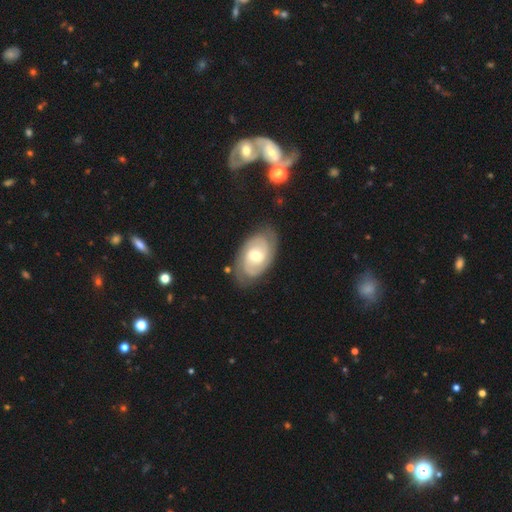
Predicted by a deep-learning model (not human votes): smooth-or-featured: featured or disk: 82% | smooth: 13% | star or artifact: 5%
  disk-edge-on: no: 96% | yes: 4%
    bar: no: 50% | weak: 40% | strong: 10%
    has-spiral-arms: yes: 94% | no: 6%
      spiral-winding: tight: 65% | medium: 28% | loose: 6%
      spiral-arm-count: 2: 69% | can't tell: 15% | 3: 9% | 1: 2% | 4: 2% | more than 4: 2%
    bulge-size: moderate: 70% | small: 24% | large: 4% | none: 1% | dominant: 1%
  merging: none: 79% | minor disturbance: 15% | major disturbance: 4% | merger: 2%